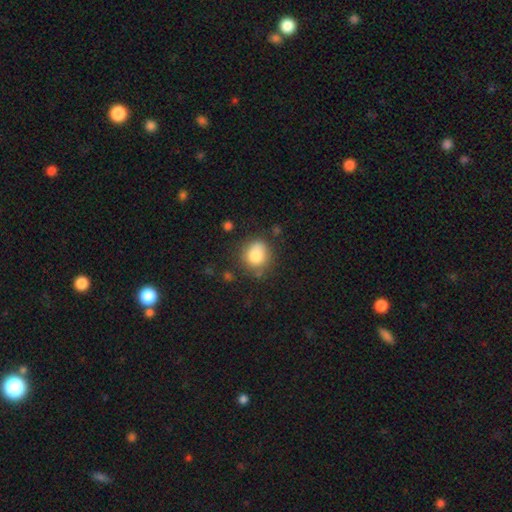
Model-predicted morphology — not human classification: type=smooth (82%); roundness=round (78%); merging=none (70%).